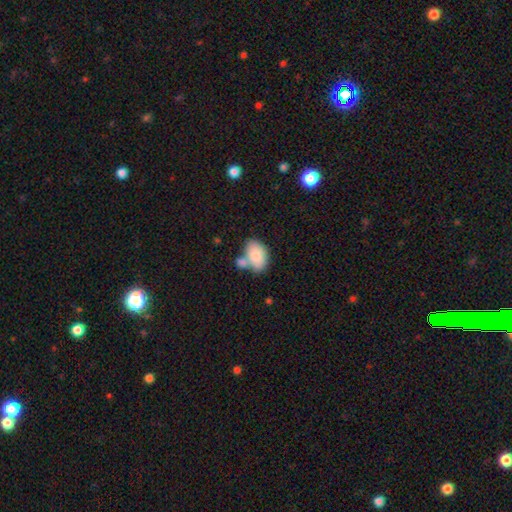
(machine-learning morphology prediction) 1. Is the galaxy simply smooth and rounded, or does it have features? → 83% smooth, 11% featured or disk, 6% star or artifact.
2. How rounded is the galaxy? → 91% in between, 7% round, 1% cigar-shaped.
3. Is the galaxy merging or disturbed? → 43% none, 35% merger, 16% minor disturbance, 6% major disturbance.